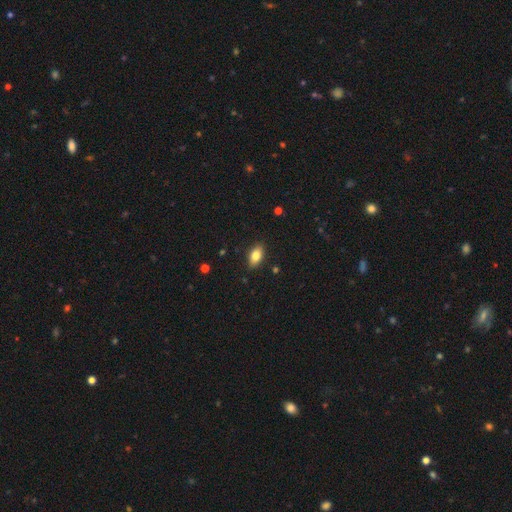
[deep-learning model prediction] Morphology: type=smooth (80%); roundness=in between (90%); merging=none (87%).